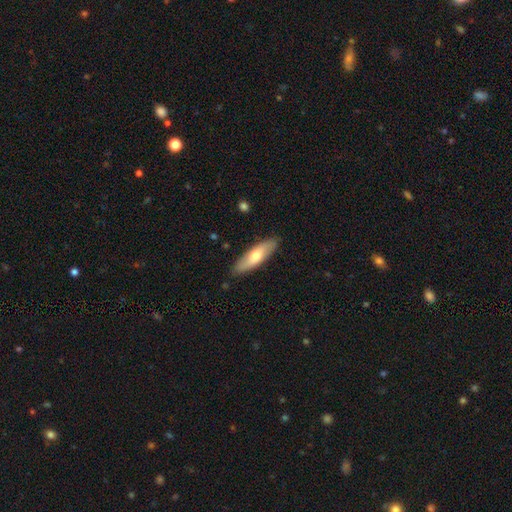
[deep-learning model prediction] Smooth or featured? Predicted: smooth (p=0.61). How rounded? Predicted: cigar-shaped (p=0.53). Merging? Predicted: none (p=0.87).